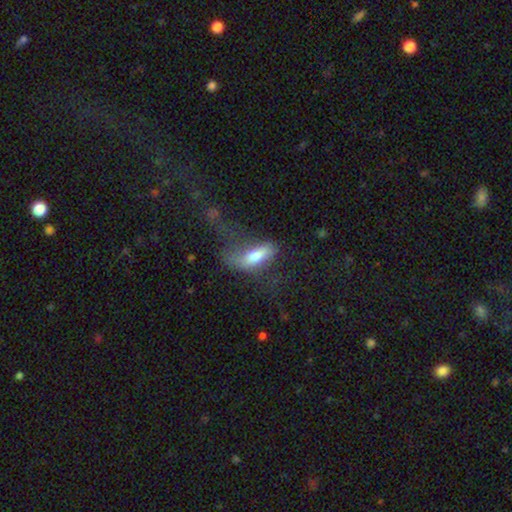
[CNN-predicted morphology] smooth_or_featured: smooth (p=0.65) [alt: featured or disk p=0.27]
how_rounded: in between (p=0.63) [alt: cigar-shaped p=0.34]
merging: major disturbance (p=0.48) [alt: none p=0.26]